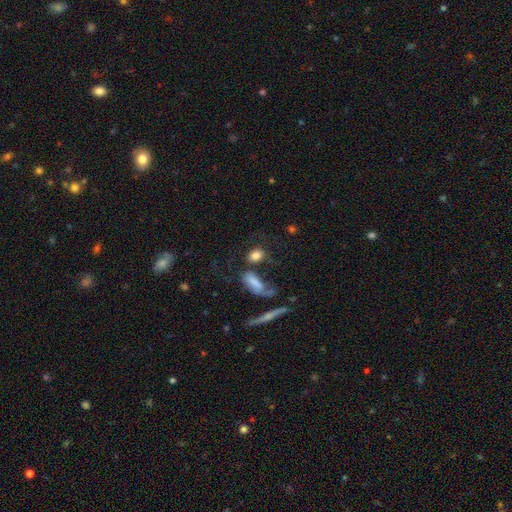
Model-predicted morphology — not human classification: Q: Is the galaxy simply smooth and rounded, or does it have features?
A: smooth — 77%.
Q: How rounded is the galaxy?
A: in between — 72%.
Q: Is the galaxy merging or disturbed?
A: none — 49%.